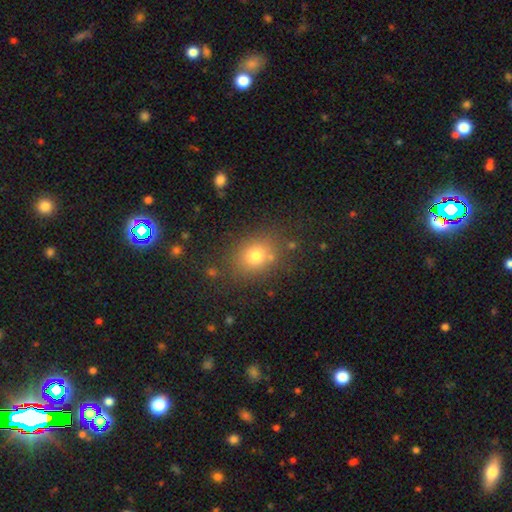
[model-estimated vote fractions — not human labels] smooth_or_featured: smooth (p=0.76) [alt: star or artifact p=0.14]
how_rounded: round (p=0.58) [alt: in between p=0.41]
merging: none (p=0.78) [alt: minor disturbance p=0.12]